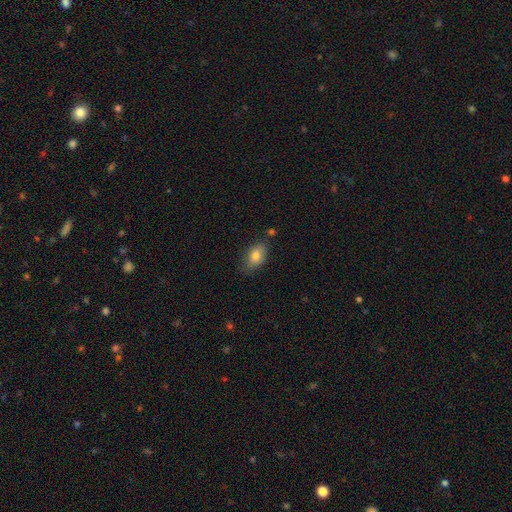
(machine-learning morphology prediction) smooth-or-featured: smooth: 81% | featured or disk: 11% | star or artifact: 8%
  how-rounded: in between: 88% | round: 10% | cigar-shaped: 3%
  merging: none: 70% | minor disturbance: 22% | major disturbance: 4% | merger: 3%